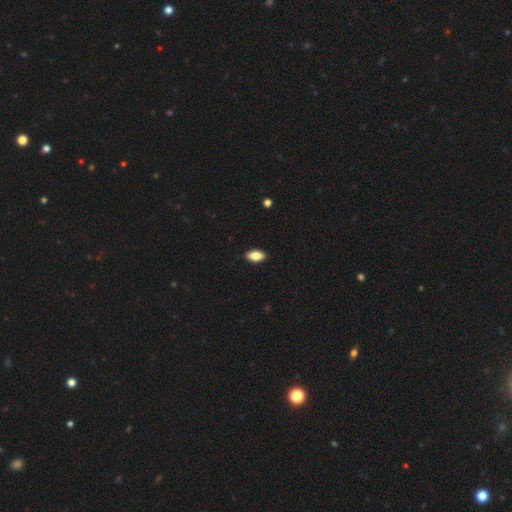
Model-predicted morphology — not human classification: smooth 85%, featured or disk 8%, star or artifact 7%. Down the decision tree: how rounded — in between (92%); merging — none (90%).